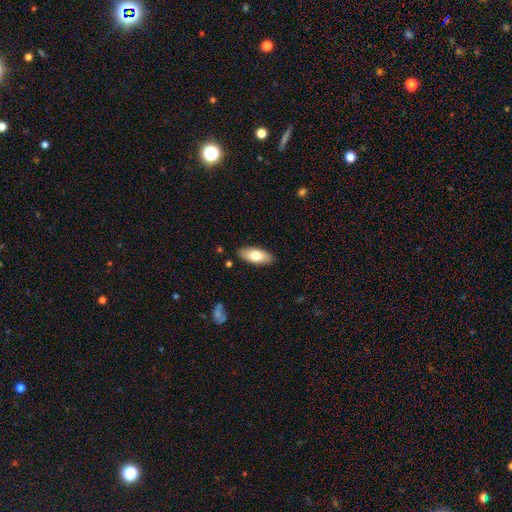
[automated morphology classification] This is likely a smooth galaxy (75%). How rounded: clearly in between (85%). Merging: clearly none (88%).